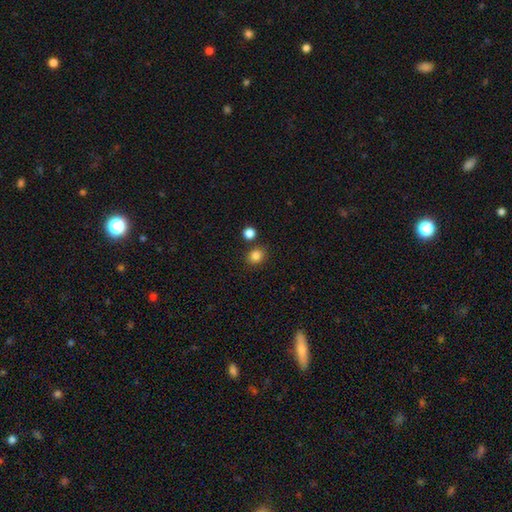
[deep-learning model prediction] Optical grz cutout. It shows a smooth galaxy with no disk features (83%) that is round (72%). Merging: none (81%).